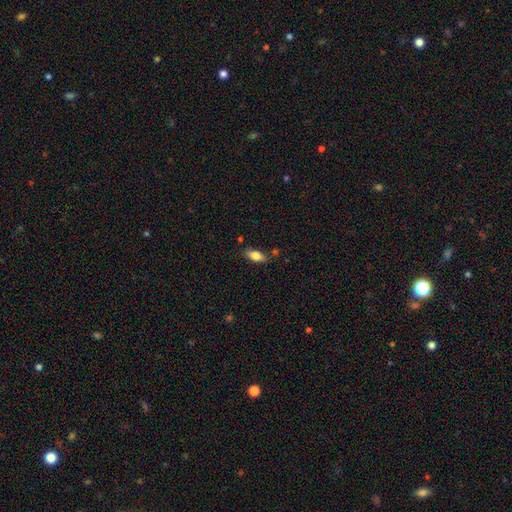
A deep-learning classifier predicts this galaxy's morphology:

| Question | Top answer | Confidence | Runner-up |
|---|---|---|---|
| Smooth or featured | smooth | 78% | featured or disk (15%) |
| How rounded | in between | 84% | cigar-shaped (13%) |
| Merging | none | 77% | minor disturbance (16%) |